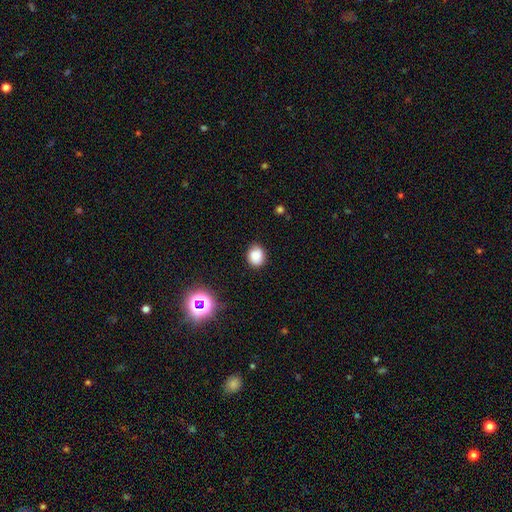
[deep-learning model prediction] Smooth or featured?
  - smooth: 82% *
  - star or artifact: 12%
  - featured or disk: 6%
How rounded?
  - round: 66% *
  - in between: 34%
  - cigar-shaped: 1%
Merging?
  - none: 84% *
  - minor disturbance: 12%
  - major disturbance: 3%
  - merger: 1%